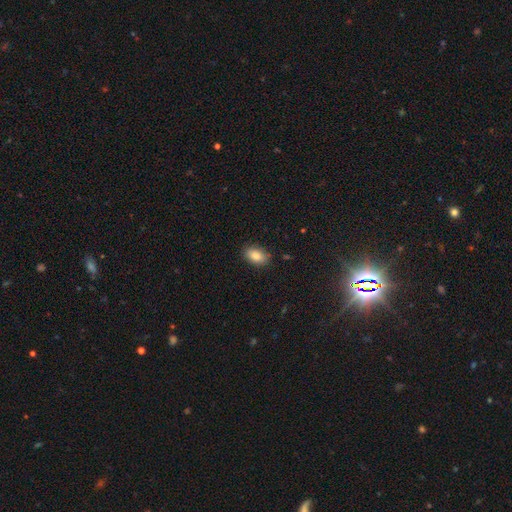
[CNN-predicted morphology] A smooth galaxy with no disk features (86%) that is in between round and cigar-shaped (91%).

Vote fractions:
- Smooth or featured? smooth: 86% / star or artifact: 8% / featured or disk: 6%
- How rounded? in between: 91% / round: 7% / cigar-shaped: 2%
- Merging? none: 86% / minor disturbance: 11% / major disturbance: 2% / merger: 1%